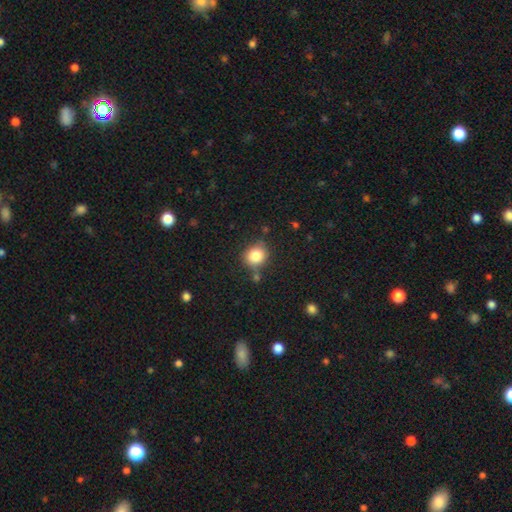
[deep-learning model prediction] This is clearly a smooth galaxy (83%). How rounded: likely round (73%). Merging: likely none (75%).